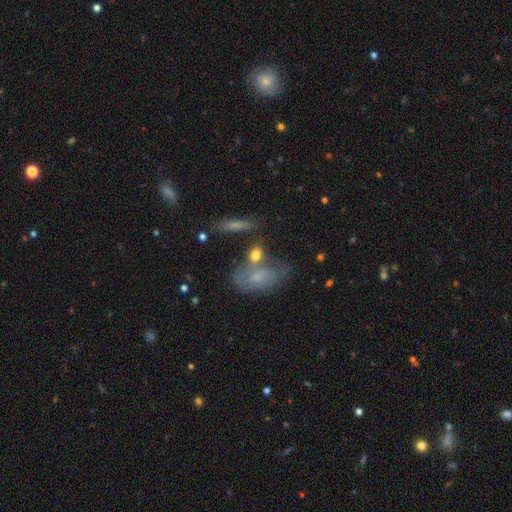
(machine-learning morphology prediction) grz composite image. It shows a smooth galaxy with no disk features (61%) that is in between round and cigar-shaped (72%). Merging: none (44%).